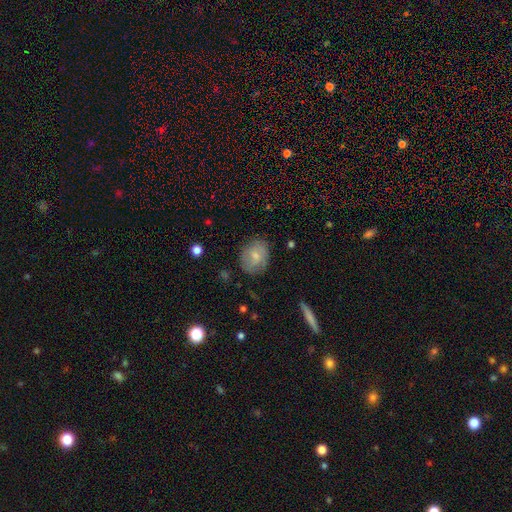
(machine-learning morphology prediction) Smooth or featured: smooth — 63% (featured or disk — 29%)
How rounded: round — 53% (in between — 46%)
Merging: none — 75% (minor disturbance — 18%)